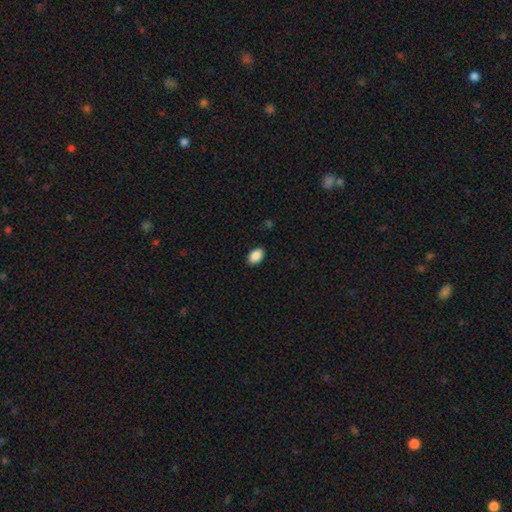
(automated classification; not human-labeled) A smooth galaxy with no disk features (90%) that is in between round and cigar-shaped (89%).

Vote fractions:
- Smooth or featured? smooth: 90% / star or artifact: 7% / featured or disk: 3%
- How rounded? in between: 89% / round: 10% / cigar-shaped: 1%
- Merging? none: 89% / minor disturbance: 8% / major disturbance: 2% / merger: 1%